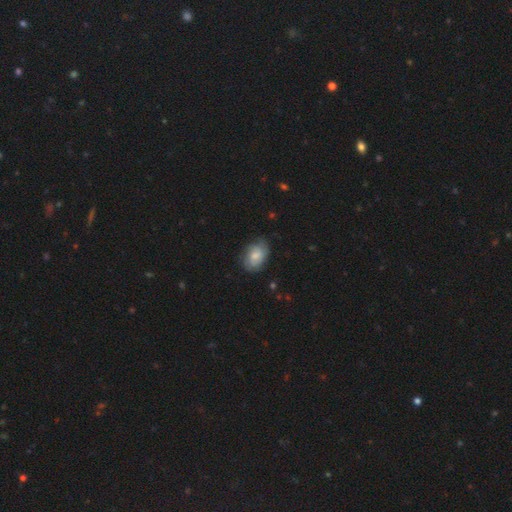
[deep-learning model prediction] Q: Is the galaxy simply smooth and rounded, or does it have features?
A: smooth — 56%.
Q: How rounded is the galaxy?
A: in between — 82%.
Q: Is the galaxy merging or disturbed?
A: none — 71%.